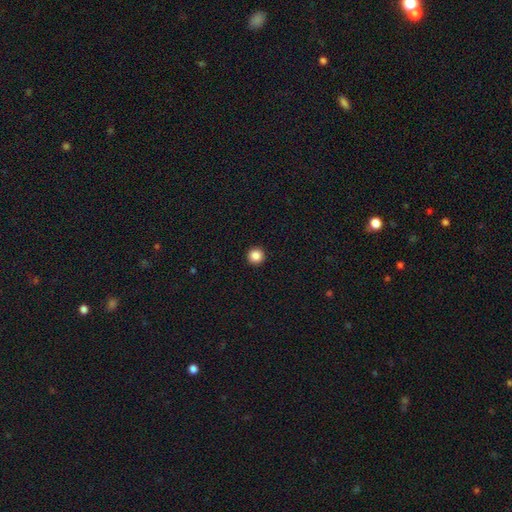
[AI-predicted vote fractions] Smooth or featured? Predicted: smooth (p=0.87). How rounded? Predicted: round (p=0.96). Merging? Predicted: none (p=0.94).